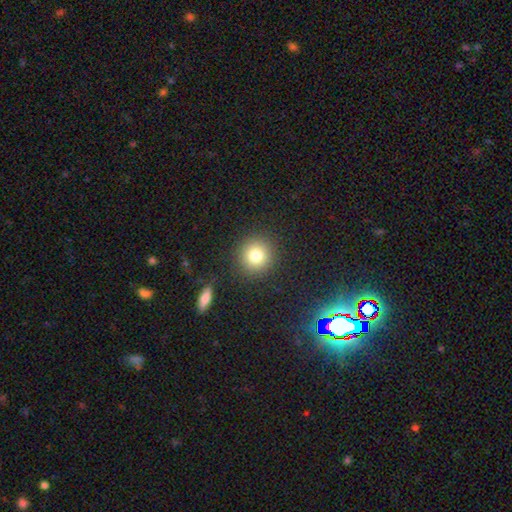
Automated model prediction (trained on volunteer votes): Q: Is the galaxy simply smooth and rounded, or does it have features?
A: smooth — 80%.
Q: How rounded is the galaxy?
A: round — 91%.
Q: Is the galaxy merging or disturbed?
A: none — 89%.